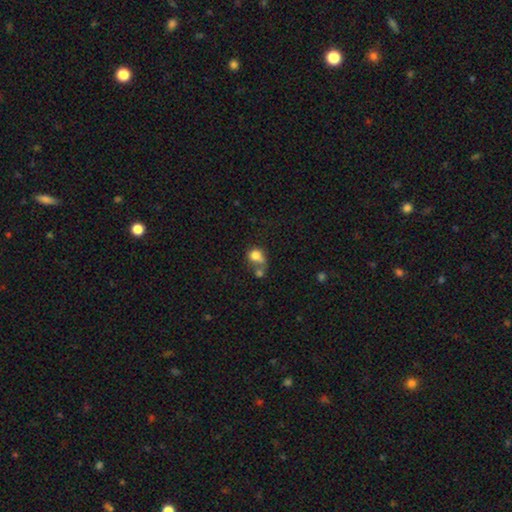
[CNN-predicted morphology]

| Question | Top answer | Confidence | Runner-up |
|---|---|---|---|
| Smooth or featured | smooth | 76% | featured or disk (13%) |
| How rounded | round | 65% | in between (34%) |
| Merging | merger | 52% | none (27%) |